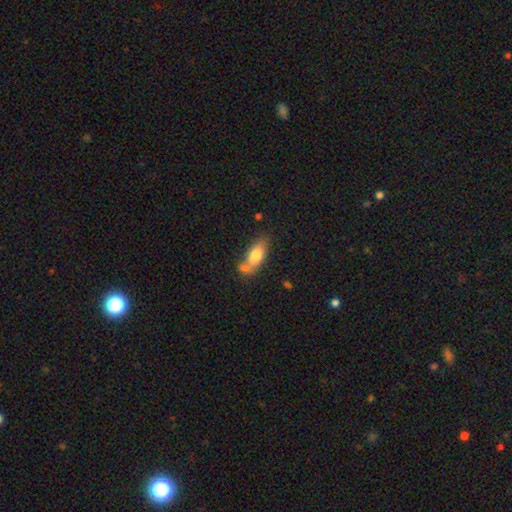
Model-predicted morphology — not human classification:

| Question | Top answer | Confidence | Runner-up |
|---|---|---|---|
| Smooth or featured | smooth | 70% | featured or disk (22%) |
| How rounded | in between | 80% | cigar-shaped (16%) |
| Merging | none | 48% | merger (24%) |